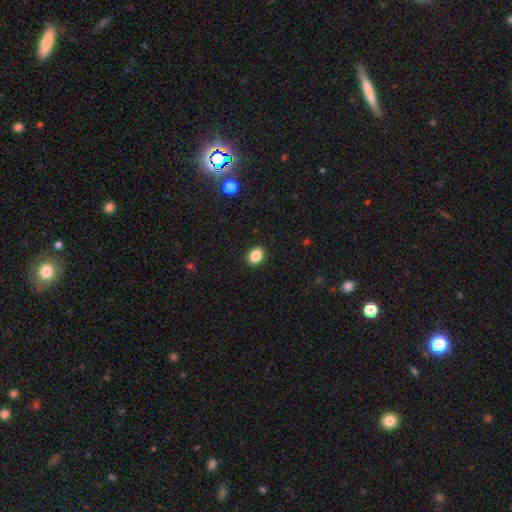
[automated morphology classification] A smooth galaxy with no disk features (87%) that is in between round and cigar-shaped (71%). Merging: none (90%).